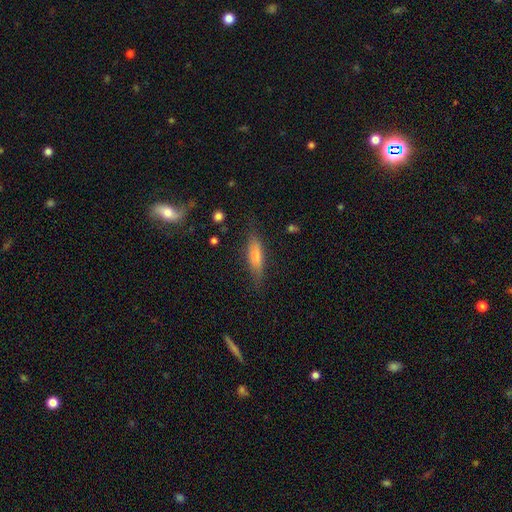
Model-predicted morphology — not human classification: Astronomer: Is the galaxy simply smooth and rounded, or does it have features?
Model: smooth — 67%.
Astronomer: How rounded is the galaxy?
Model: cigar-shaped — 64%.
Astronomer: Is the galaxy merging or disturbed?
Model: none — 74%.